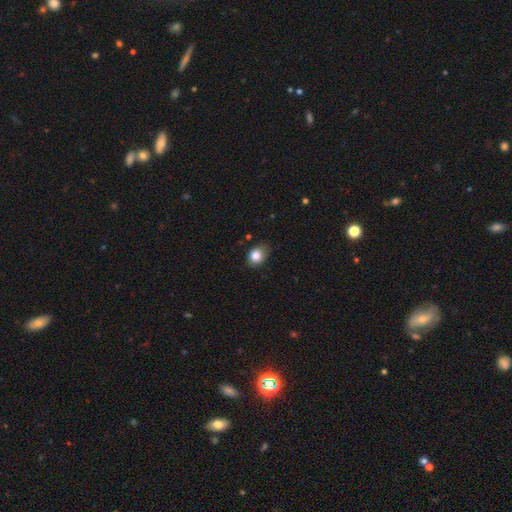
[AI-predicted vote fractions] Smooth or featured: smooth — 84% (star or artifact — 10%)
How rounded: in between — 50% (round — 49%)
Merging: none — 72% (minor disturbance — 23%)